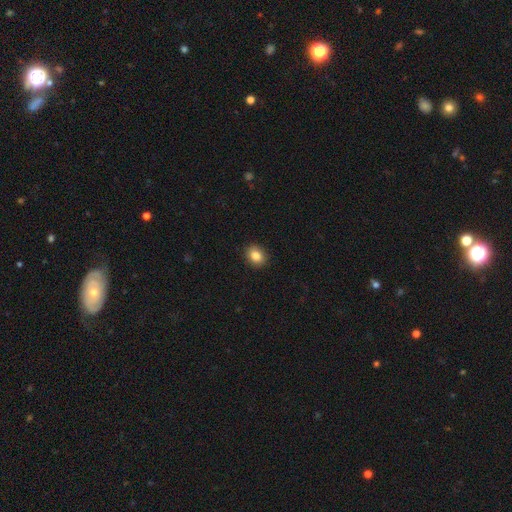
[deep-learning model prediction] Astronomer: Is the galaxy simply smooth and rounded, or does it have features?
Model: smooth — 85%.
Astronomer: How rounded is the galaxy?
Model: round — 54% (runner-up: in between, 45%).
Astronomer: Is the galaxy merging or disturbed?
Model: none — 90%.